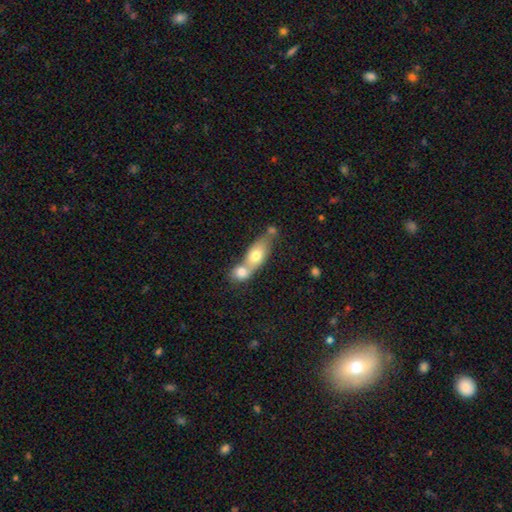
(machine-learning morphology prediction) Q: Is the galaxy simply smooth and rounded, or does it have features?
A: smooth — 69%.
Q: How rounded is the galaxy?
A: in between — 69%.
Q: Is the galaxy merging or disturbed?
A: merger — 68%.